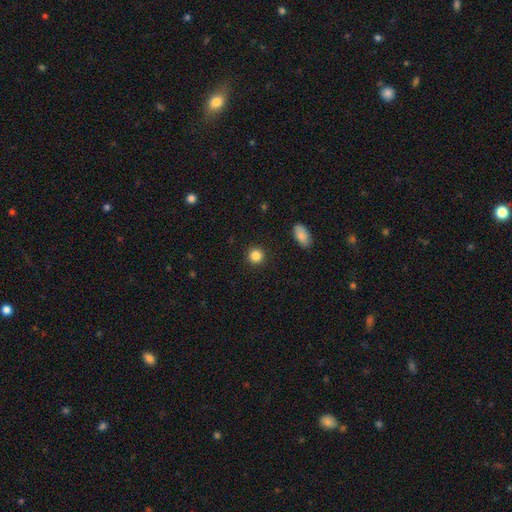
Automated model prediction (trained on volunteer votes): This is clearly a smooth galaxy (86%). How rounded: clearly round (93%). Merging: clearly none (92%).